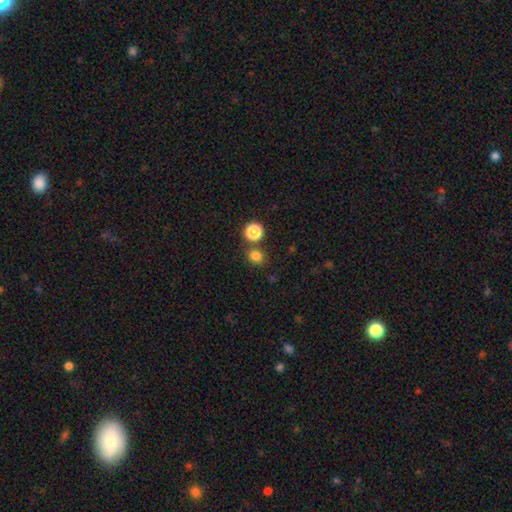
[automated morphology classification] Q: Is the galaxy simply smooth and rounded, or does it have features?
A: smooth — 80%.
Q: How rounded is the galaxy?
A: round — 78%.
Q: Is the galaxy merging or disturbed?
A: none — 76%.